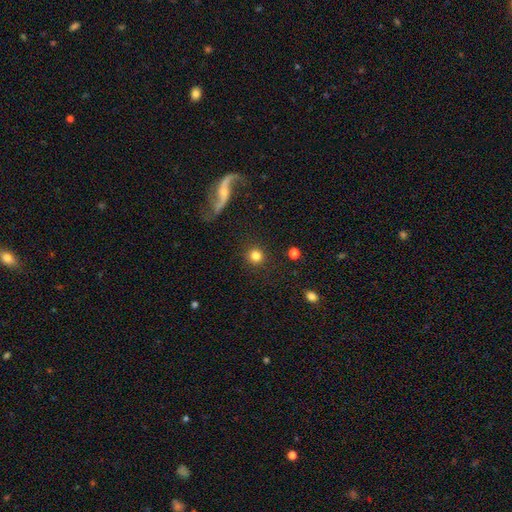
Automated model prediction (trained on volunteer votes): A smooth galaxy with no disk features (82%) that is round (94%). Merging: none (90%).